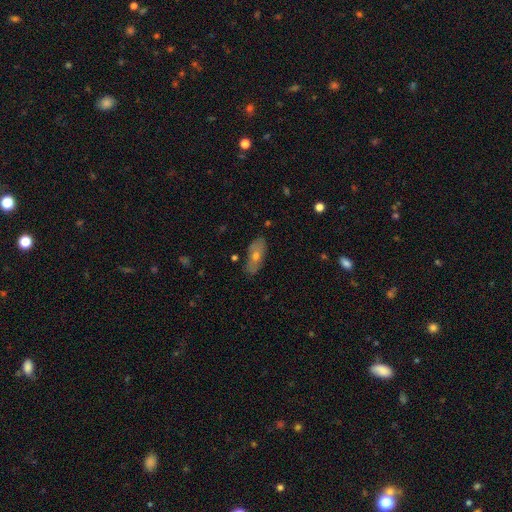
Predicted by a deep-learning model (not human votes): Smooth or featured?
  - smooth: 49% *
  - featured or disk: 42%
  - star or artifact: 9%
Merging?
  - none: 83% *
  - minor disturbance: 13%
  - major disturbance: 3%
  - merger: 2%